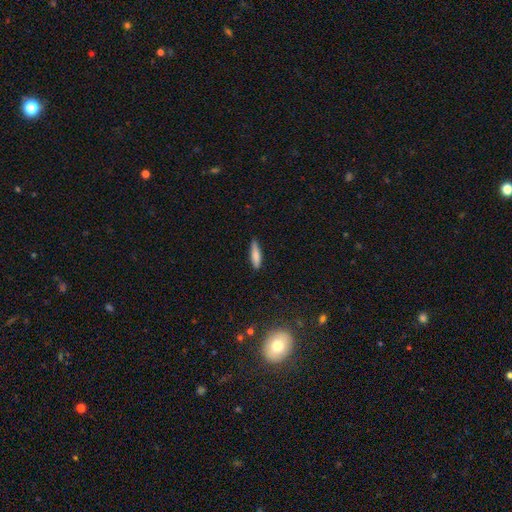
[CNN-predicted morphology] Overall: smooth (79%). How rounded: cigar-shaped (76%). Merging: none (82%).